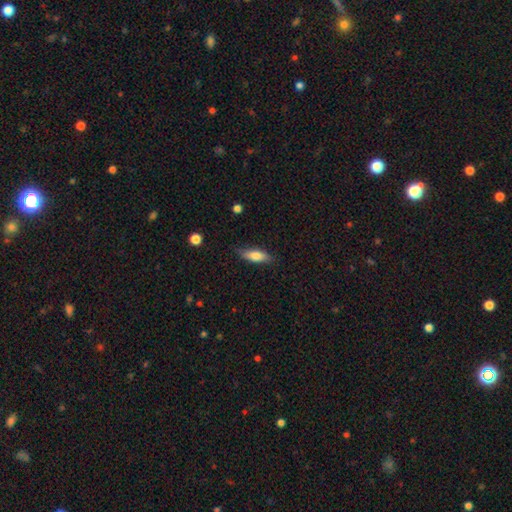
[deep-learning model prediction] Smooth or featured? Predicted: smooth (p=0.73). How rounded? Predicted: in between (p=0.57). Merging? Predicted: none (p=0.80).